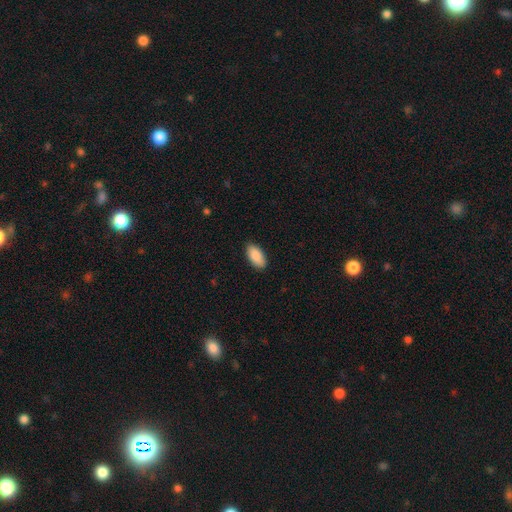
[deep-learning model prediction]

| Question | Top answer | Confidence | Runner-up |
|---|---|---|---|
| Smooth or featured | smooth | 90% | star or artifact (6%) |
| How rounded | in between | 93% | cigar-shaped (5%) |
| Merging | none | 88% | minor disturbance (10%) |